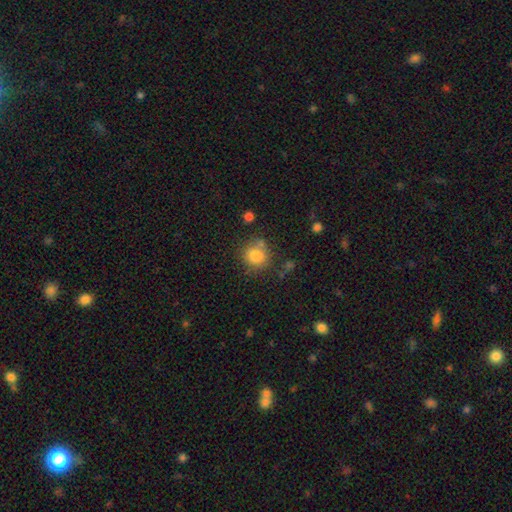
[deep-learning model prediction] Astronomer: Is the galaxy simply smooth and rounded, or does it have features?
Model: smooth — 82%.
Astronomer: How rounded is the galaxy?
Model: round — 85%.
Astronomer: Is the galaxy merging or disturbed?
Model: none — 68%.